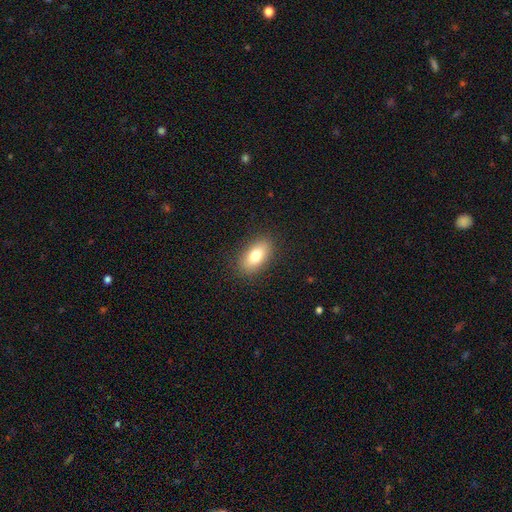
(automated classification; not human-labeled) Morphology: type=smooth (79%); roundness=in between (89%); merging=none (87%).